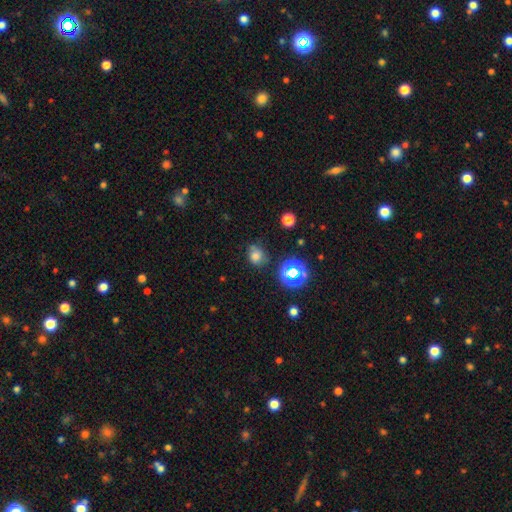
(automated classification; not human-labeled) The model was most divided on "how rounded": round: 71%, in between: 28%, cigar-shaped: 1%. More confident: smooth or featured — smooth (69%); merging — none (66%).